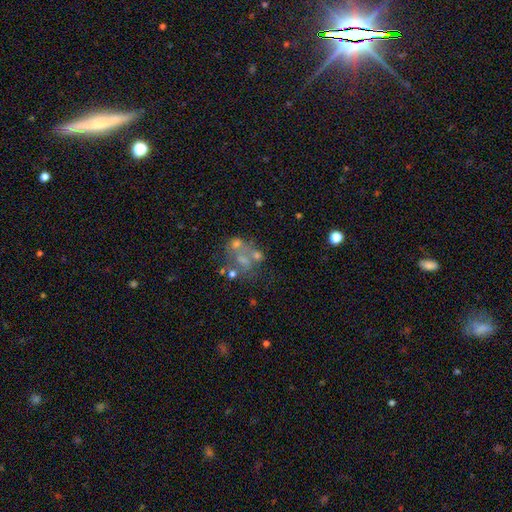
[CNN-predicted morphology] Overall: featured or disk (48%; smooth 31%). Merging: merger (35%; none 30%).